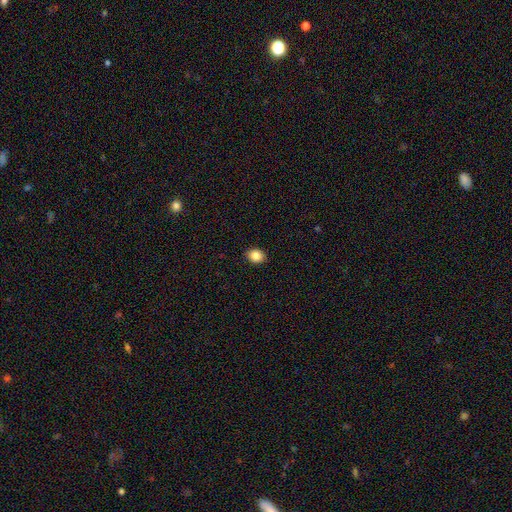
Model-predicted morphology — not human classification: smooth_or_featured: smooth (p=0.86) [alt: star or artifact p=0.09]
how_rounded: round (p=0.52) [alt: in between p=0.47]
merging: none (p=0.90) [alt: minor disturbance p=0.07]